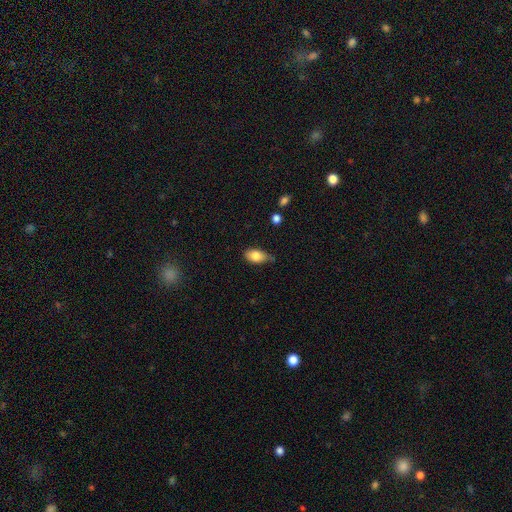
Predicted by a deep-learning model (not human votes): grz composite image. It shows a smooth galaxy with no disk features (81%) that is in between round and cigar-shaped (91%). Merging: none (63%).